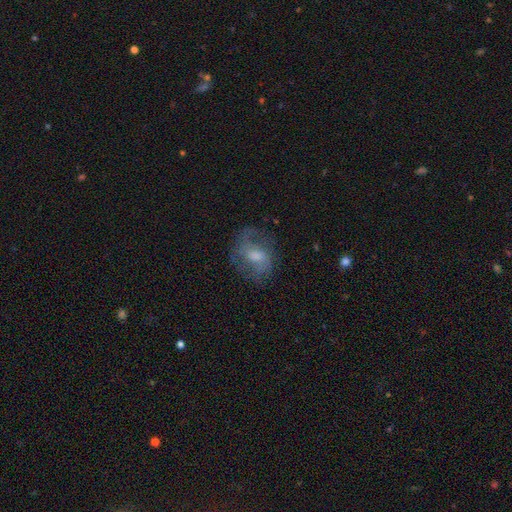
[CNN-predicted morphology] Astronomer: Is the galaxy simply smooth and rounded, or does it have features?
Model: featured or disk — 56% (runner-up: smooth, 35%).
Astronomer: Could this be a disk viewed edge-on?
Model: no — 96%.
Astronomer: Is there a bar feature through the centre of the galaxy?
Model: weak — 46% (runner-up: no, 42%).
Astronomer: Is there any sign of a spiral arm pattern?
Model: yes — 74%.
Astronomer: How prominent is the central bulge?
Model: moderate — 50% (runner-up: small, 26%).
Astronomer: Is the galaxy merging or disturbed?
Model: none — 62%.